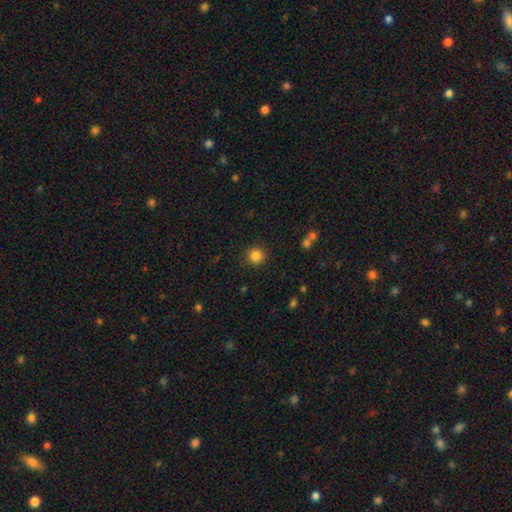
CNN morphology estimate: This appears to be a smooth galaxy with no disk features (84%) that is round (94%). Merging: none (90%).